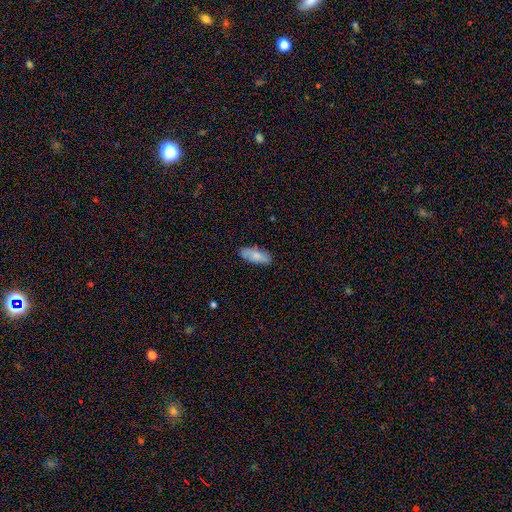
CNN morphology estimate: A smooth galaxy with no disk features (80%) that is in between round and cigar-shaped (75%).

Vote fractions:
- Smooth or featured? smooth: 80% / featured or disk: 14% / star or artifact: 6%
- How rounded? in between: 75% / cigar-shaped: 23% / round: 2%
- Merging? none: 80% / minor disturbance: 16% / major disturbance: 3% / merger: 2%